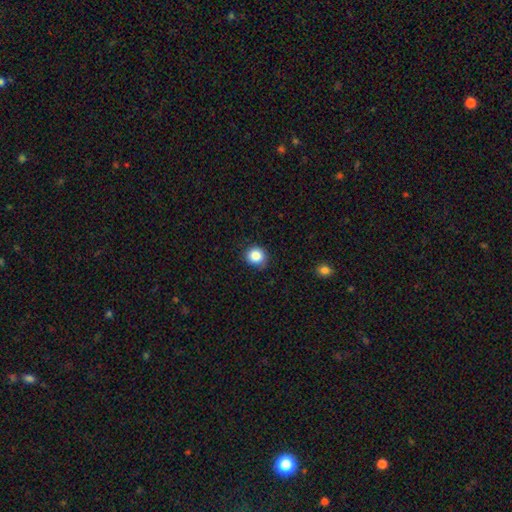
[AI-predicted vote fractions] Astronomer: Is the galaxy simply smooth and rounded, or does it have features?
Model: smooth — 85%.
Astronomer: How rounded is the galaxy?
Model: round — 87%.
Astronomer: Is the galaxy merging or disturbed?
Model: none — 84%.